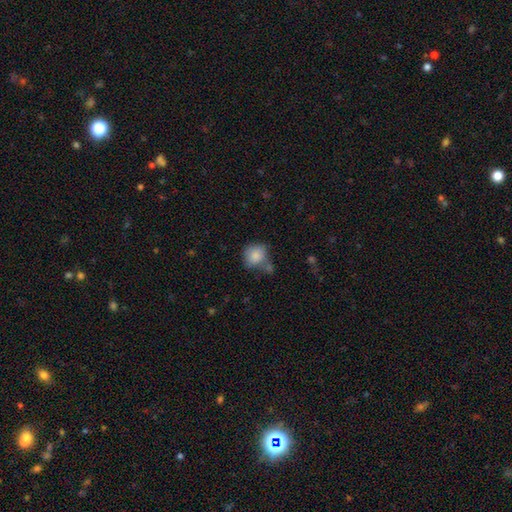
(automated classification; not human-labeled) Smooth or featured?
  - smooth: 83% *
  - featured or disk: 9%
  - star or artifact: 9%
How rounded?
  - round: 74% *
  - in between: 25%
  - cigar-shaped: 1%
Merging?
  - none: 52% *
  - minor disturbance: 22%
  - merger: 18%
  - major disturbance: 8%